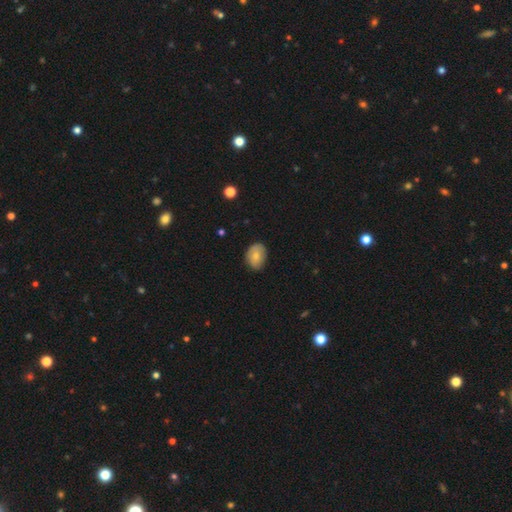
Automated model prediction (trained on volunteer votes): The model was most divided on "how rounded": in between: 64%, round: 35%, cigar-shaped: 1%. More confident: merging — none (75%); smooth or featured — smooth (73%).